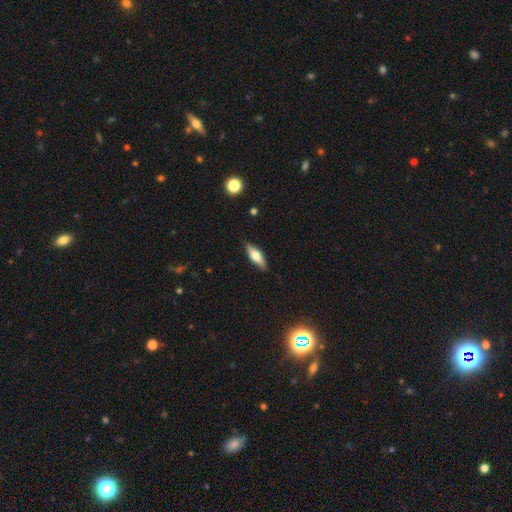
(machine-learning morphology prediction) This appears to be a smooth galaxy with no disk features (53%) that is in between round and cigar-shaped (49%, tied with cigar-shaped). Merging: none (87%).